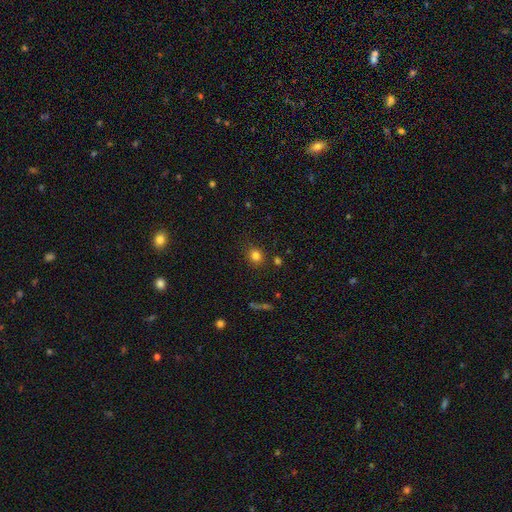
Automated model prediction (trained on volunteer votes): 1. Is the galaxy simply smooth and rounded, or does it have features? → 80% smooth, 14% star or artifact, 6% featured or disk.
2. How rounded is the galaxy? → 79% round, 20% in between, 1% cigar-shaped.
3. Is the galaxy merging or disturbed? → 84% none, 10% minor disturbance, 3% merger, 3% major disturbance.